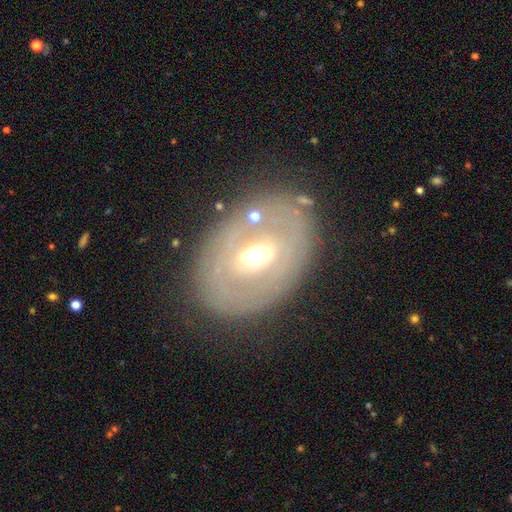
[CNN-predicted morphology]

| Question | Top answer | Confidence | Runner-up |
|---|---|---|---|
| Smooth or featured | featured or disk | 67% | smooth (25%) |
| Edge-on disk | no | 93% | yes (7%) |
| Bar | no | 42% | weak (39%) |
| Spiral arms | no | 65% | yes (35%) |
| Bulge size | moderate | 70% | small (18%) |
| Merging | none | 77% | minor disturbance (14%) |